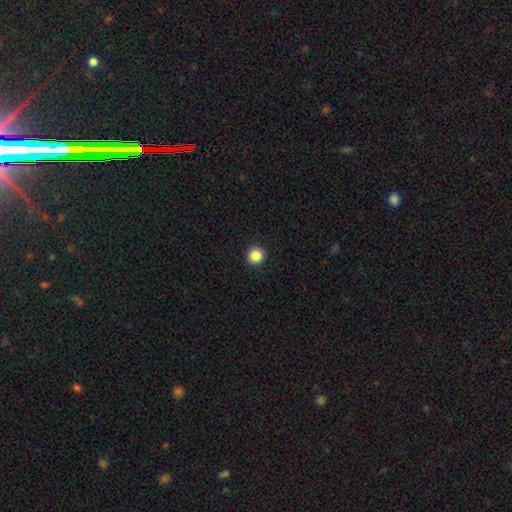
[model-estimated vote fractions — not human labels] smooth-or-featured: smooth: 86% | star or artifact: 10% | featured or disk: 4%
  how-rounded: round: 94% | in between: 5% | cigar-shaped: 1%
  merging: none: 93% | minor disturbance: 4% | major disturbance: 2% | merger: 1%